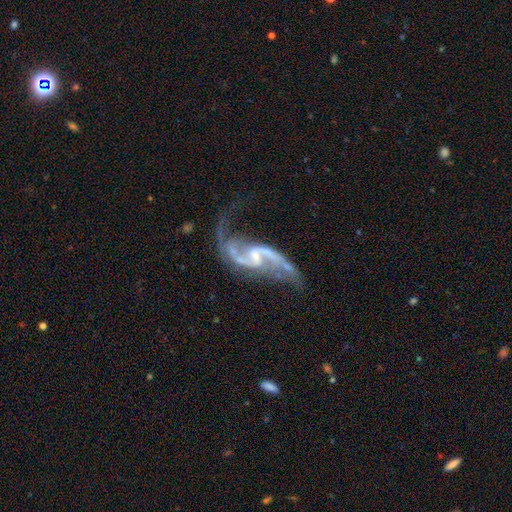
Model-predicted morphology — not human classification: Smooth or featured?
  - featured or disk: 92% *
  - star or artifact: 5%
  - smooth: 3%
Edge-on disk?
  - no: 97% *
  - yes: 3%
Bar?
  - weak: 50% *
  - no: 26%
  - strong: 25%
Spiral arms?
  - yes: 97% *
  - no: 3%
Spiral winding?
  - loose: 76% *
  - medium: 20%
  - tight: 5%
Spiral arm count?
  - 2: 92% *
  - can't tell: 2%
  - 1: 2%
  - 3: 1%
  - 4: 1%
  - more than 4: 1%
Bulge size?
  - small: 60% *
  - moderate: 20%
  - none: 18%
  - large: 2%
  - dominant: 1%
Merging?
  - none: 54% *
  - major disturbance: 20%
  - minor disturbance: 19%
  - merger: 6%